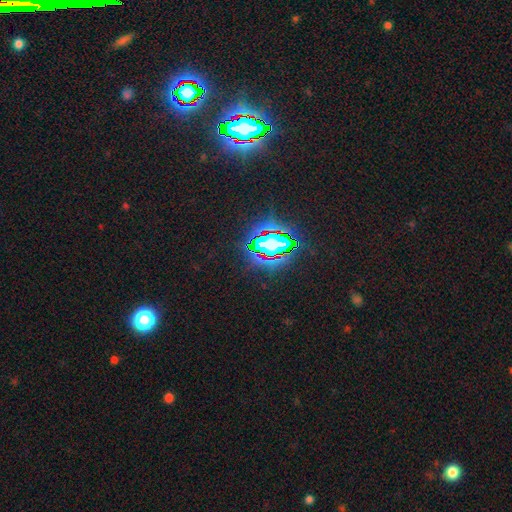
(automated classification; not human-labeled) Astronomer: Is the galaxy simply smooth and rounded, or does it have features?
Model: star or artifact — 83%.